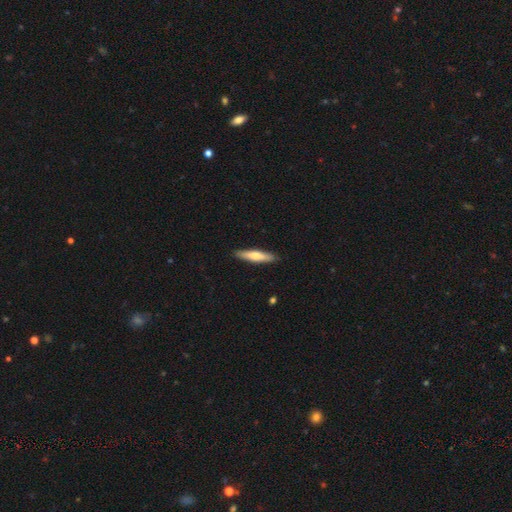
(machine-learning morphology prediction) smooth-or-featured: smooth: 65% | featured or disk: 30% | star or artifact: 5%
  how-rounded: cigar-shaped: 83% | in between: 15% | round: 1%
  merging: none: 89% | minor disturbance: 8% | major disturbance: 2% | merger: 1%